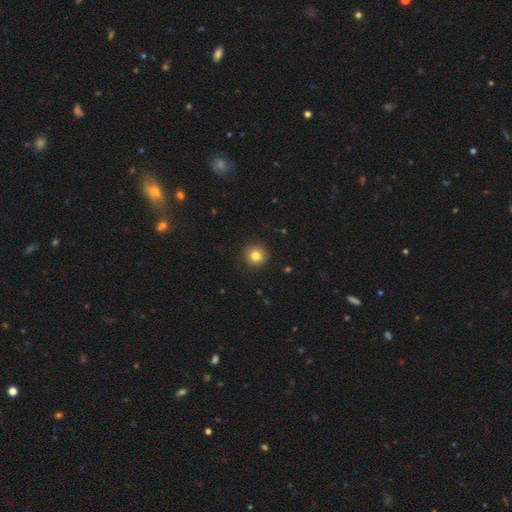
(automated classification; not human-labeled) This appears to be a smooth galaxy with no disk features (81%) that is round (93%). Merging: none (89%).